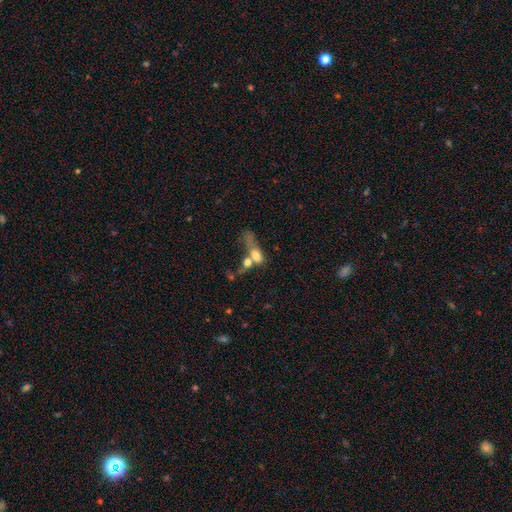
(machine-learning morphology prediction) A smooth galaxy with no disk features (63%) that is in between round and cigar-shaped (68%).

Vote fractions:
- Smooth or featured? smooth: 63% / featured or disk: 26% / star or artifact: 12%
- How rounded? in between: 68% / cigar-shaped: 19% / round: 13%
- Merging? merger: 57% / major disturbance: 21% / none: 14% / minor disturbance: 9%